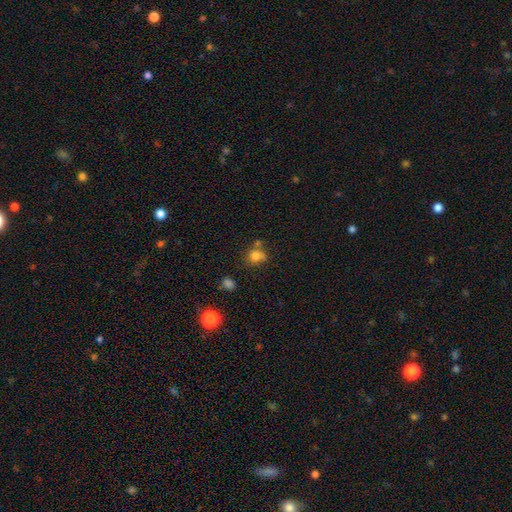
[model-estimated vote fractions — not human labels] A smooth galaxy with no disk features (76%) that is round (76%). Merging: none (52%).